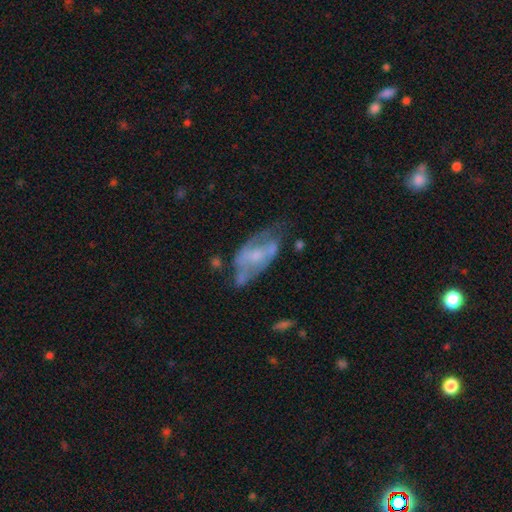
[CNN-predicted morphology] featured or disk 64%, smooth 28%, star or artifact 8%. Down the decision tree: edge-on disk — no (91%); bar — no (60%); spiral arms — no (50%, tied with yes); bulge size — small (44%); merging — none (37%).